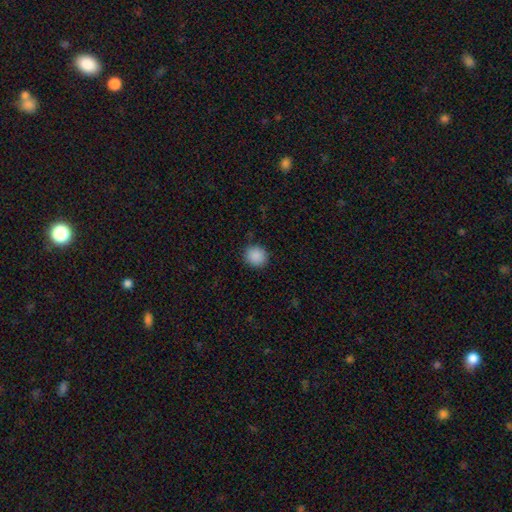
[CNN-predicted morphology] Smooth or featured? smooth (89%)
How rounded? round (88%)
Merging? none (86%)